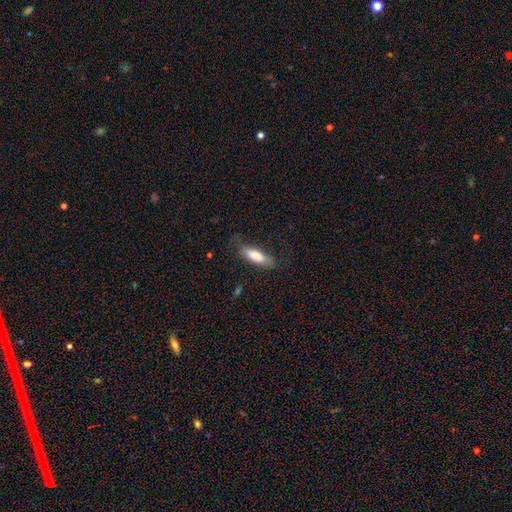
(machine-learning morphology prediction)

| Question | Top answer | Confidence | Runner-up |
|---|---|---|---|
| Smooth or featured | smooth | 77% | featured or disk (17%) |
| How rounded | in between | 51% | cigar-shaped (47%) |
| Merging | none | 67% | minor disturbance (22%) |